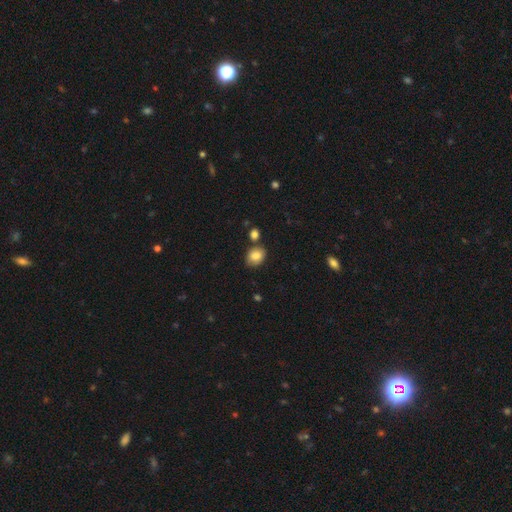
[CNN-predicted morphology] The model was most divided on "how rounded": in between: 54%, round: 45%, cigar-shaped: 1%. More confident: smooth or featured — smooth (84%); merging — none (71%).